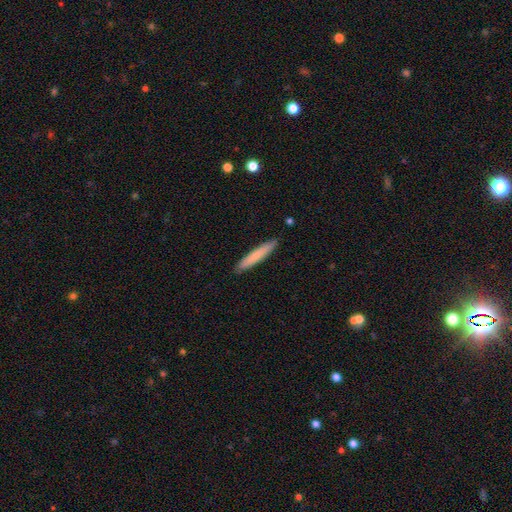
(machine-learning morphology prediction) Smooth or featured? Predicted: smooth (p=0.75). How rounded? Predicted: cigar-shaped (p=0.94). Merging? Predicted: none (p=0.90).